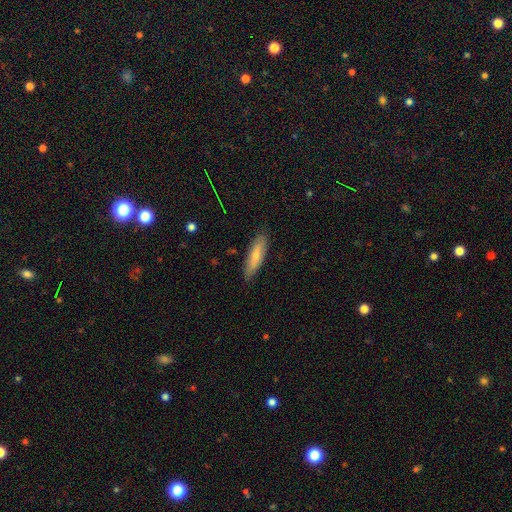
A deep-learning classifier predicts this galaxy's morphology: A smooth galaxy with no disk features (68%) that is cigar-shaped (66%). Merging: none (85%).